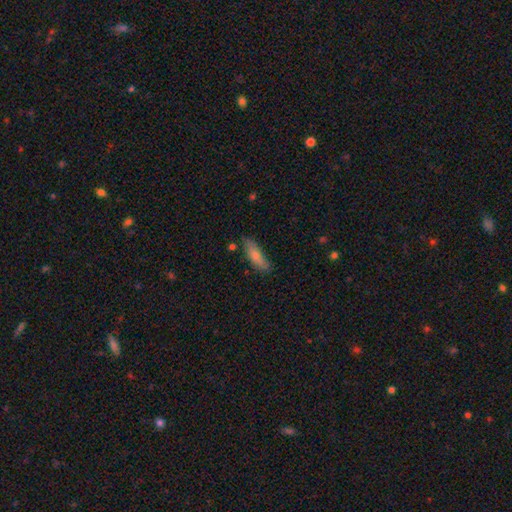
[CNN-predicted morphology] Q: Smooth or featured?
A: smooth (75%); runner-up: featured or disk (19%)
Q: How rounded?
A: in between (50%); runner-up: cigar-shaped (48%)
Q: Merging?
A: none (74%); runner-up: minor disturbance (19%)